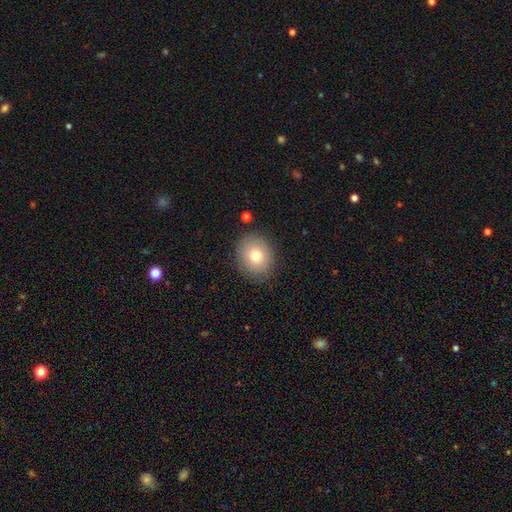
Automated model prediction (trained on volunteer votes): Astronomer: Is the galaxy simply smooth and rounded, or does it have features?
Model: smooth — 79%.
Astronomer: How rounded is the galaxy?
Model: round — 68%.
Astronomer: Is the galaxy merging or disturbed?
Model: none — 85%.